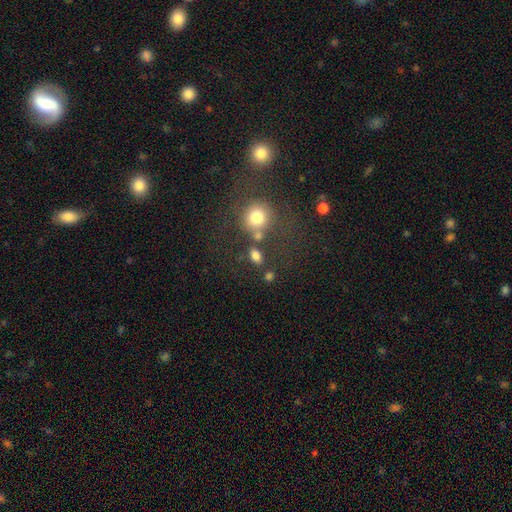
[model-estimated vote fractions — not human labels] Morphology: type=smooth (79%); roundness=in between (72%); merging=none (69%).